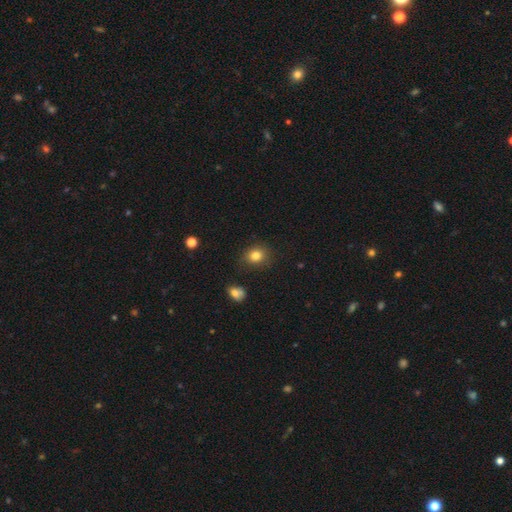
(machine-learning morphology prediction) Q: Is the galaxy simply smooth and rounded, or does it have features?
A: smooth — 82%.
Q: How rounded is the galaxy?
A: round — 65%.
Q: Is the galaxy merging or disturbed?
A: none — 81%.